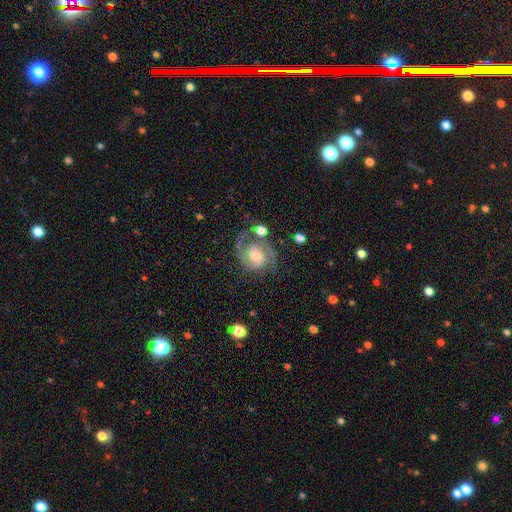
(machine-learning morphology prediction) Smooth or featured?
  - featured or disk: 89% *
  - smooth: 6%
  - star or artifact: 6%
Edge-on disk?
  - no: 98% *
  - yes: 2%
Bar?
  - no: 56% *
  - weak: 36%
  - strong: 9%
Spiral arms?
  - yes: 98% *
  - no: 2%
Spiral winding?
  - medium: 49% *
  - tight: 42%
  - loose: 9%
Spiral arm count?
  - 2: 84% *
  - 3: 6%
  - can't tell: 4%
  - 1: 3%
  - 4: 2%
  - more than 4: 2%
Bulge size?
  - moderate: 51% *
  - small: 28%
  - large: 14%
  - none: 5%
  - dominant: 2%
Merging?
  - none: 67% *
  - minor disturbance: 17%
  - major disturbance: 10%
  - merger: 6%